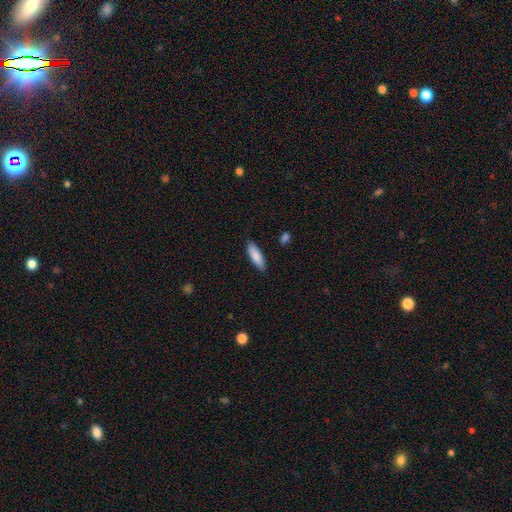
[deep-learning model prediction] This is clearly a smooth galaxy (86%). How rounded: possibly in between (57%). Merging: clearly none (85%).